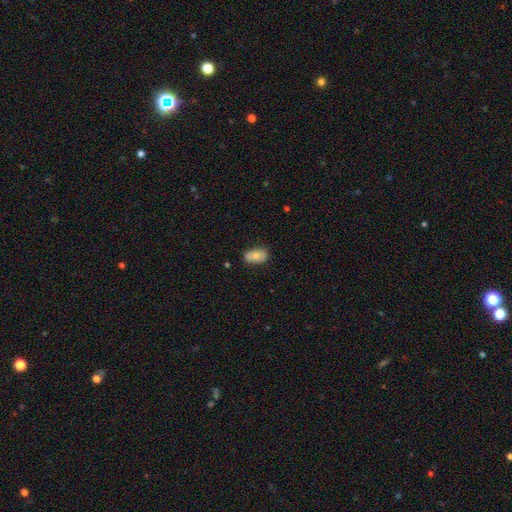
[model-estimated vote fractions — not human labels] This appears to be a smooth galaxy with no disk features (77%) that is in between round and cigar-shaped (91%). Merging: none (75%).